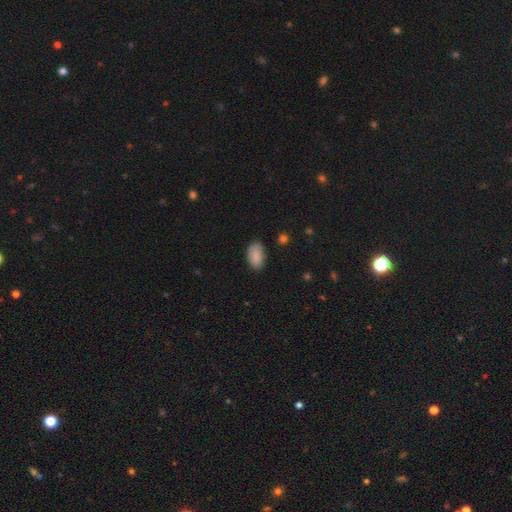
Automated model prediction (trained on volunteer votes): A smooth galaxy with no disk features (89%) that is in between round and cigar-shaped (94%). Merging: none (80%).